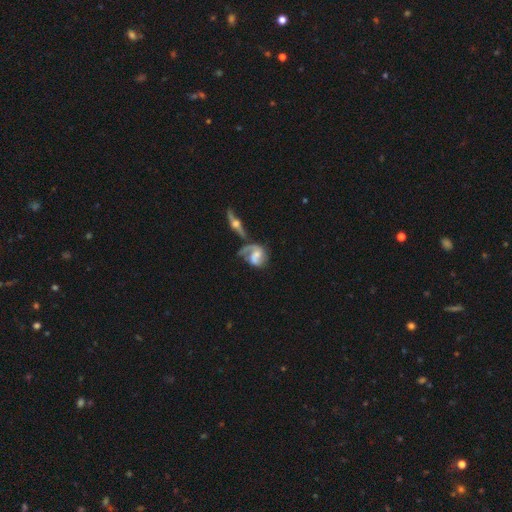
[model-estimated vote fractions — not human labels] Q: Smooth or featured?
A: featured or disk (75%); runner-up: smooth (19%)
Q: Edge-on disk?
A: no (94%); runner-up: yes (6%)
Q: Bar?
A: no (49%); runner-up: weak (38%)
Q: Spiral arms?
A: yes (86%); runner-up: no (14%)
Q: Spiral winding?
A: medium (39%); runner-up: loose (36%)
Q: Spiral arm count?
A: 2 (53%); runner-up: 1 (34%)
Q: Bulge size?
A: moderate (36%); runner-up: small (33%)
Q: Merging?
A: none (32%); runner-up: merger (28%)